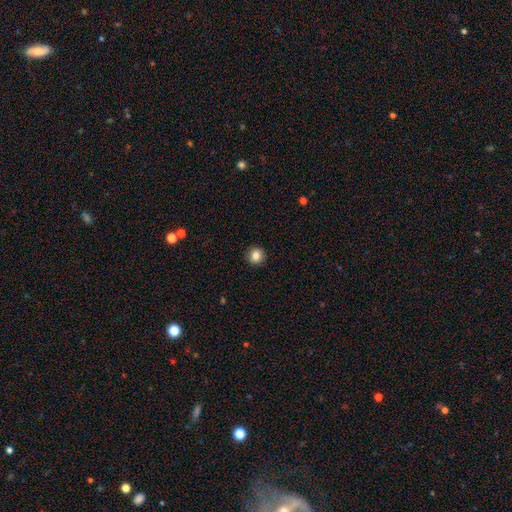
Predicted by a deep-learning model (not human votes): smooth-or-featured: smooth: 83% | star or artifact: 10% | featured or disk: 6%
  how-rounded: round: 95% | in between: 4% | cigar-shaped: 1%
  merging: none: 93% | minor disturbance: 5% | major disturbance: 2% | merger: 1%